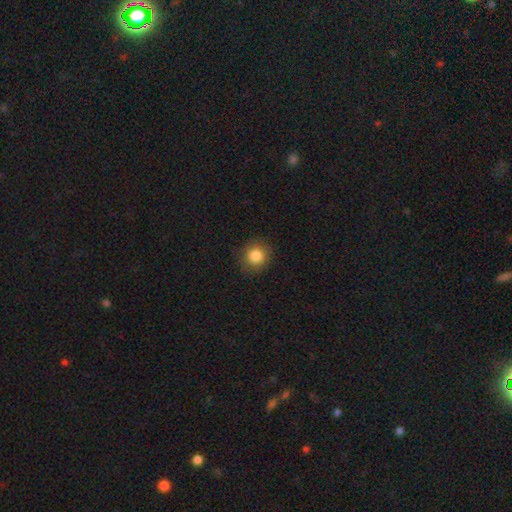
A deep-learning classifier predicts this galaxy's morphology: The model was most divided on "smooth or featured": smooth: 85%, star or artifact: 10%, featured or disk: 5%. More confident: how rounded — round (90%); merging — none (89%).